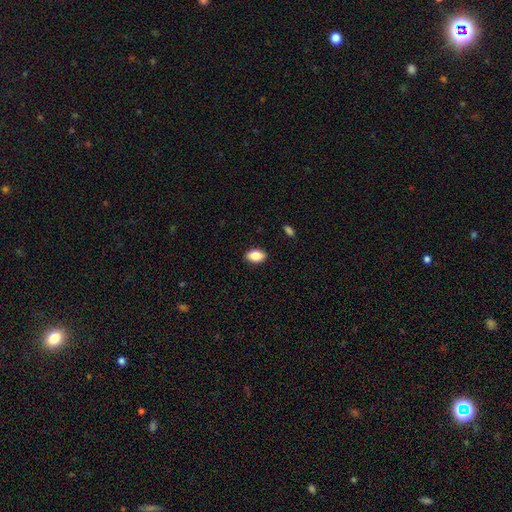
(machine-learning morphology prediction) Smooth or featured?
  - smooth: 85% *
  - star or artifact: 7%
  - featured or disk: 7%
How rounded?
  - in between: 89% *
  - round: 10%
  - cigar-shaped: 2%
Merging?
  - none: 89% *
  - minor disturbance: 8%
  - major disturbance: 2%
  - merger: 1%